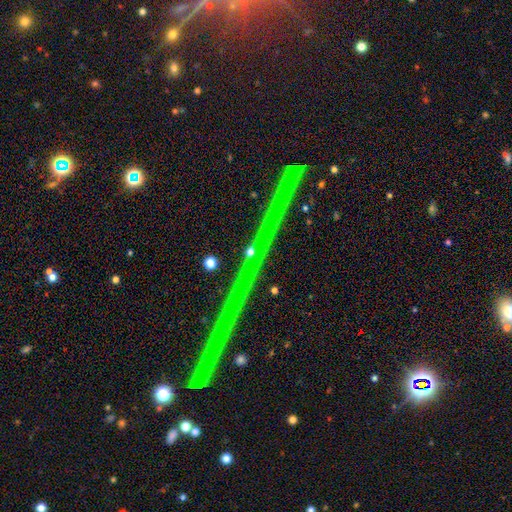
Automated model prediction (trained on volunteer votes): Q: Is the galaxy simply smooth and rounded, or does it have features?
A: star or artifact — 70%.